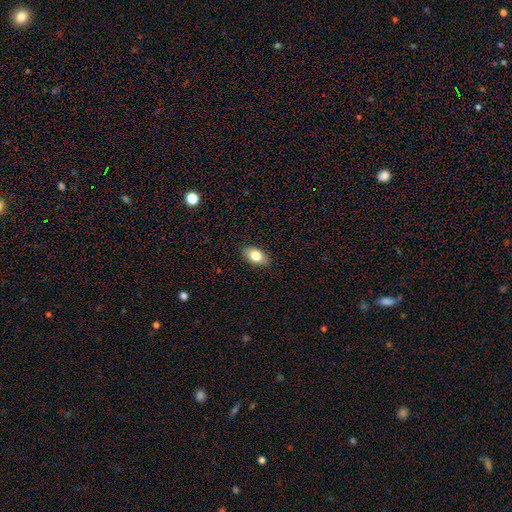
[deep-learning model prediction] Smooth or featured? smooth (81%)
How rounded? in between (91%)
Merging? none (88%)